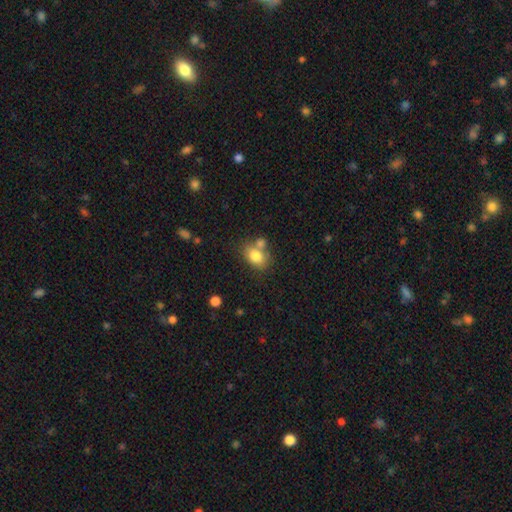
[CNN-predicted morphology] smooth-or-featured: smooth: 81% | featured or disk: 10% | star or artifact: 9%
  how-rounded: in between: 67% | round: 31% | cigar-shaped: 1%
  merging: none: 52% | merger: 29% | minor disturbance: 14% | major disturbance: 5%